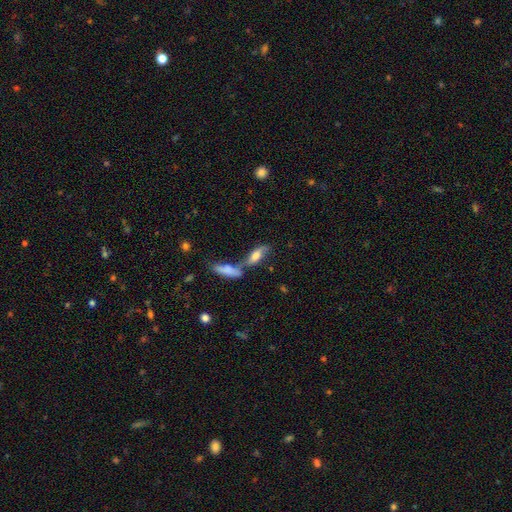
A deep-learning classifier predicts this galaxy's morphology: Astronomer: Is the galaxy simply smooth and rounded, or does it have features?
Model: smooth — 57% (runner-up: featured or disk, 35%).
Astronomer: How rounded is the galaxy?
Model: in between — 59% (runner-up: cigar-shaped, 38%).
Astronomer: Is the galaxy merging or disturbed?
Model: merger — 41% (runner-up: none, 40%).